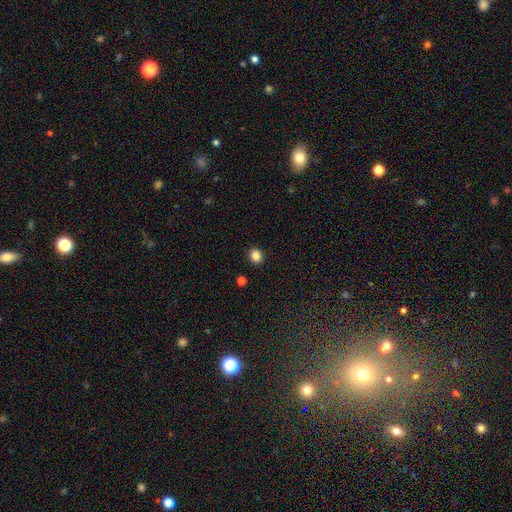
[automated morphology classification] A smooth galaxy with no disk features (85%) that is round (62%).

Vote fractions:
- Smooth or featured? smooth: 85% / star or artifact: 11% / featured or disk: 5%
- How rounded? round: 62% / in between: 37% / cigar-shaped: 1%
- Merging? none: 91% / minor disturbance: 6% / major disturbance: 2% / merger: 1%